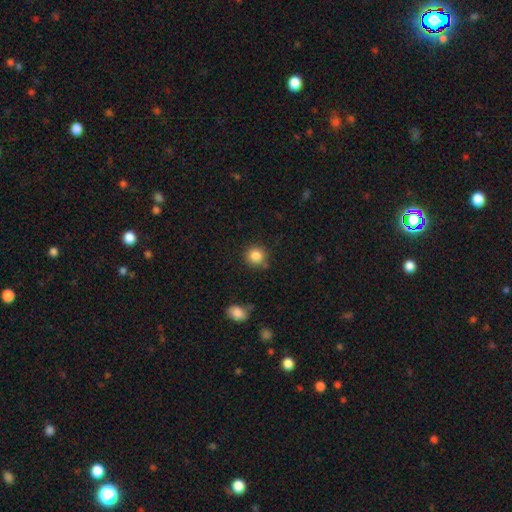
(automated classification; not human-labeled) This is clearly a smooth galaxy (85%). How rounded: clearly round (92%). Merging: clearly none (83%).